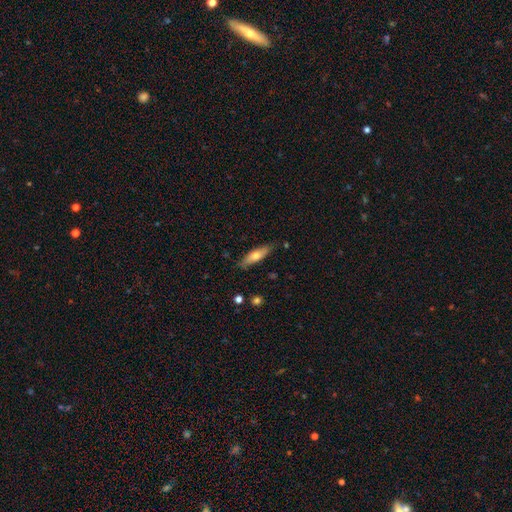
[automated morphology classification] type=smooth (61%); roundness=cigar-shaped (60%); merging=none (80%).